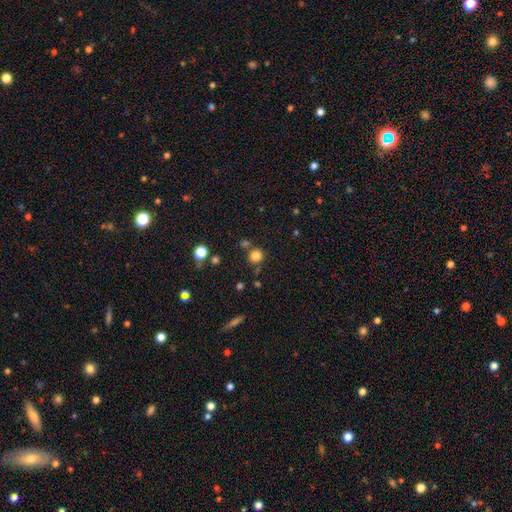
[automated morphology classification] This is clearly a smooth galaxy (80%). How rounded: clearly round (91%). Merging: likely none (75%).